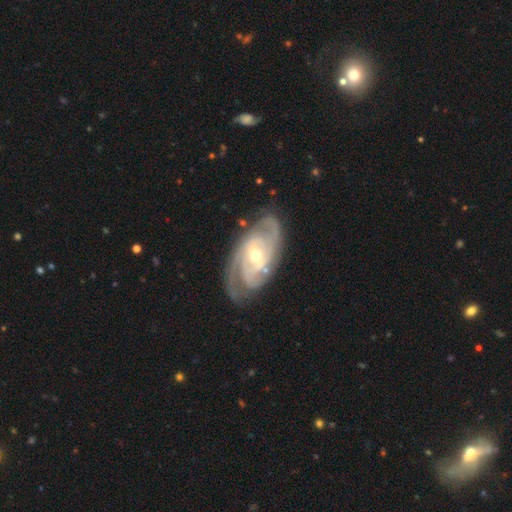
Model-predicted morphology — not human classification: Smooth or featured?
  - featured or disk: 91% *
  - smooth: 5%
  - star or artifact: 4%
Edge-on disk?
  - no: 96% *
  - yes: 4%
Bar?
  - no: 45% *
  - weak: 39%
  - strong: 16%
Spiral arms?
  - yes: 98% *
  - no: 2%
Spiral winding?
  - tight: 63% *
  - medium: 32%
  - loose: 5%
Spiral arm count?
  - 2: 37% *
  - 3: 33%
  - can't tell: 13%
  - 4: 9%
  - more than 4: 4%
  - 1: 4%
Bulge size?
  - moderate: 50% *
  - small: 47%
  - large: 2%
  - none: 1%
  - dominant: 1%
Merging?
  - none: 77% *
  - minor disturbance: 16%
  - major disturbance: 5%
  - merger: 2%